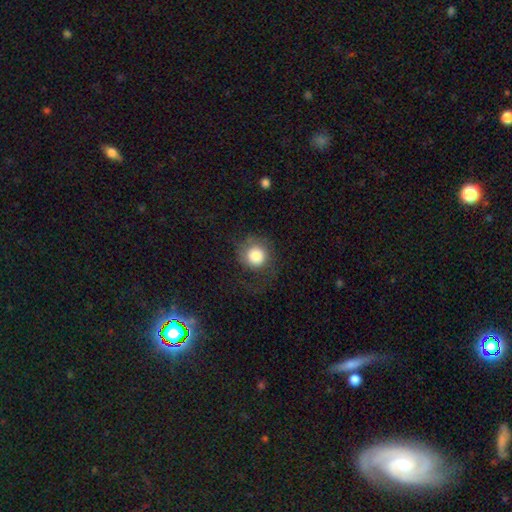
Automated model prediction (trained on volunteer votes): Overall: smooth (76%). How rounded: round (90%). Merging: none (56%; major disturbance 23%).